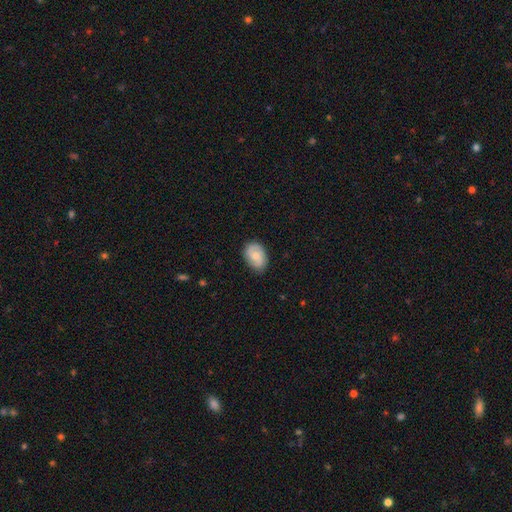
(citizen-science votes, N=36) featured or disk 56%, smooth 44%, star or artifact 0%. Down the decision tree: edge-on disk — no (100%); bar — no (80%); spiral arms — yes (95%); spiral arm count — 2 (58%); spiral winding — tight (37%, tied with loose); bulge size — moderate (45%); merging — none (81%).